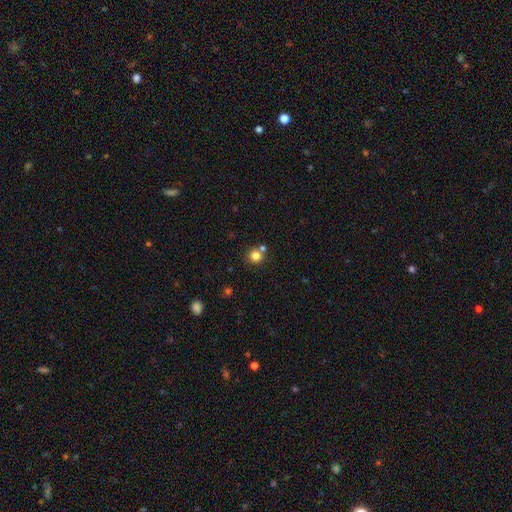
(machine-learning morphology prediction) This appears to be a smooth galaxy with no disk features (81%) that is round (91%). Merging: none (69%).